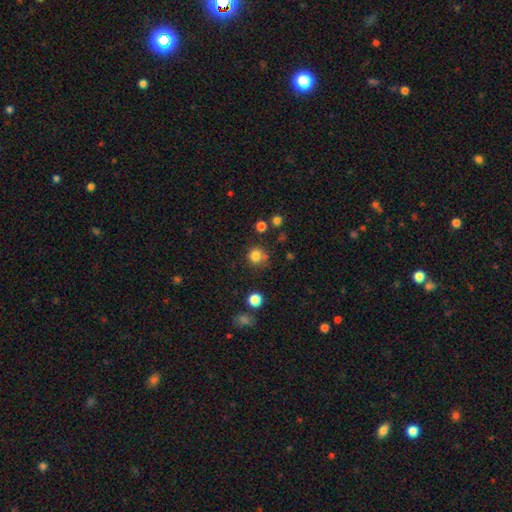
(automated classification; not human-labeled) Morphology: type=smooth (81%); roundness=round (88%); merging=none (67%).